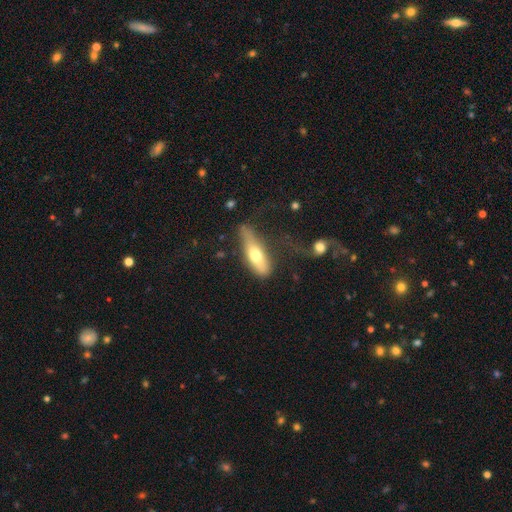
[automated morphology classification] Smooth or featured: smooth — 62% (featured or disk — 32%)
How rounded: in between — 52% (cigar-shaped — 45%)
Merging: none — 39% (minor disturbance — 31%)